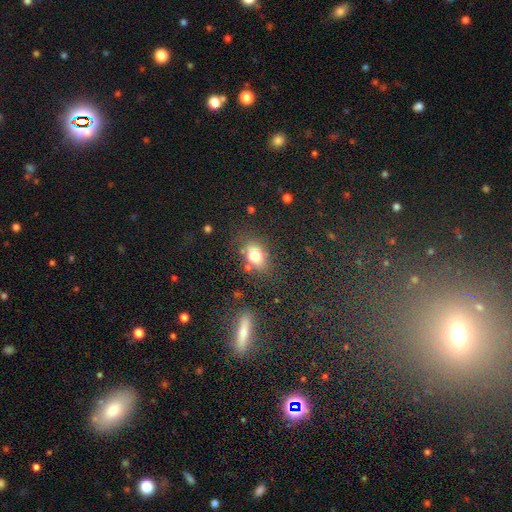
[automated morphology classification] Smooth or featured? smooth (74%)
How rounded? in between (69%)
Merging? none (67%)